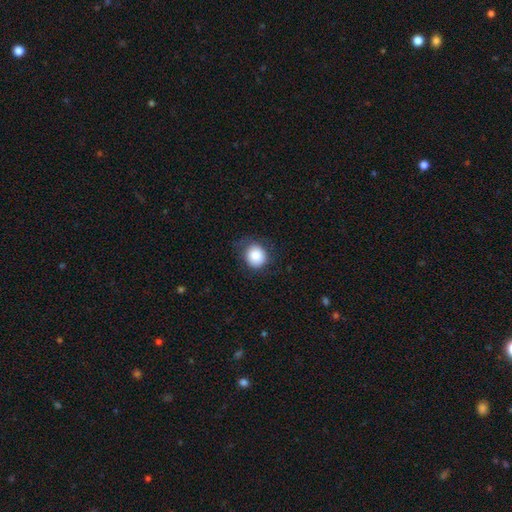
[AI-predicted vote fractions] Morphology: type=smooth (86%); roundness=round (82%); merging=none (74%).